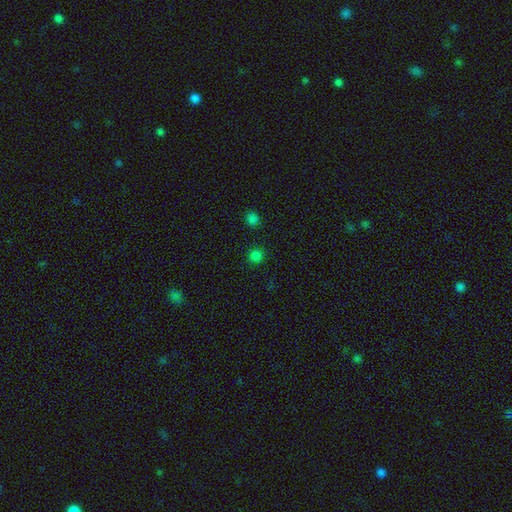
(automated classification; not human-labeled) smooth-or-featured: smooth: 77% | star or artifact: 20% | featured or disk: 3%
  how-rounded: round: 93% | in between: 6% | cigar-shaped: 1%
  merging: none: 88% | minor disturbance: 6% | merger: 3% | major disturbance: 2%